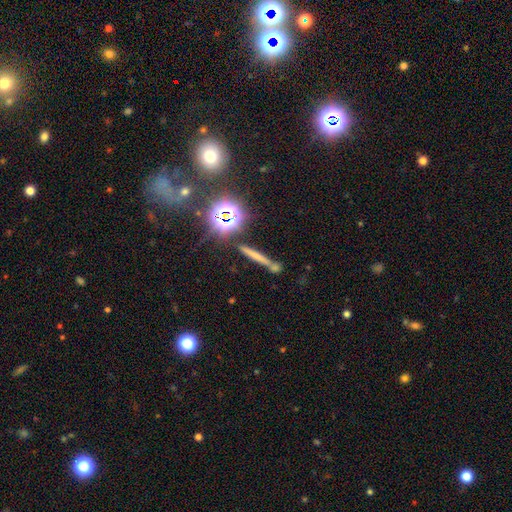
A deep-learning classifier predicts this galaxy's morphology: This appears to be a smooth galaxy with no disk features (50%). Merging: none (70%).